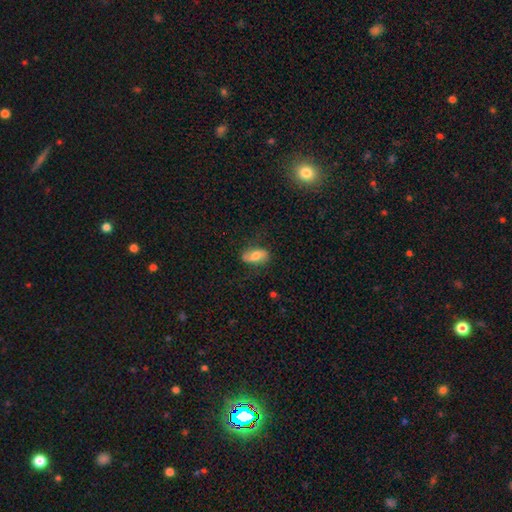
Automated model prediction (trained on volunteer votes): smooth 62%, featured or disk 31%, star or artifact 7%. Down the decision tree: how rounded — in between (87%); merging — none (70%).